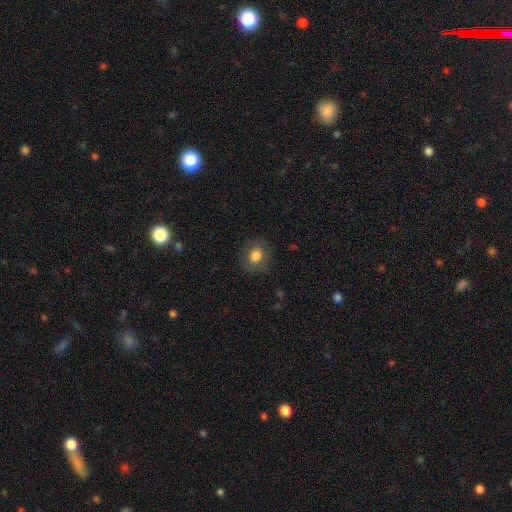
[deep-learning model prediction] Morphology: type=smooth (80%); roundness=round (72%); merging=none (82%).